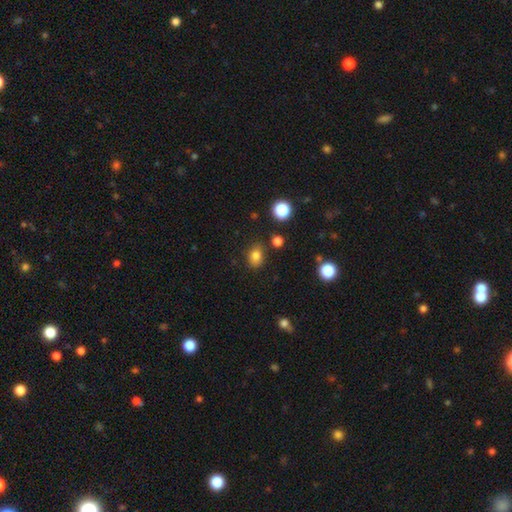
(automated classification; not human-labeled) Q: Smooth or featured?
A: smooth (80%); runner-up: star or artifact (13%)
Q: How rounded?
A: in between (62%); runner-up: round (37%)
Q: Merging?
A: none (81%); runner-up: minor disturbance (12%)